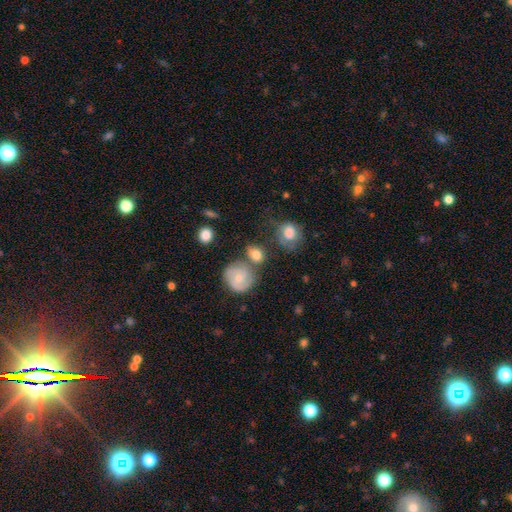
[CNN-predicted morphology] Smooth or featured? Predicted: featured or disk (p=0.43). Merging? Predicted: none (p=0.65).